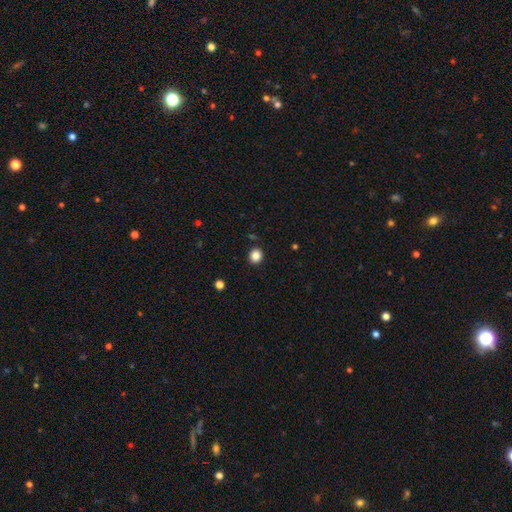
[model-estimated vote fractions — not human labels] Smooth or featured? smooth (85%)
How rounded? round (82%)
Merging? none (90%)